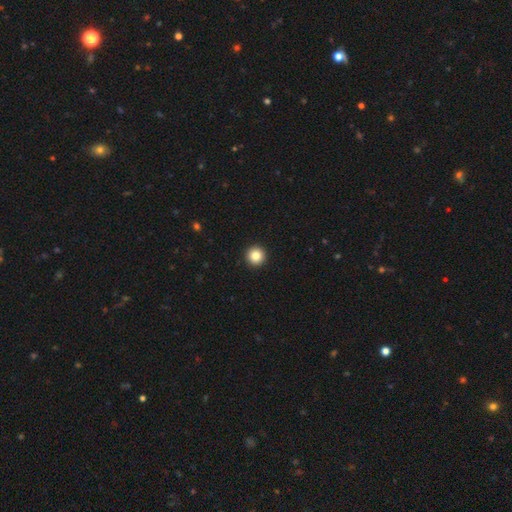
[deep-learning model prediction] This appears to be a smooth galaxy with no disk features (84%) that is round (96%). Merging: none (94%).